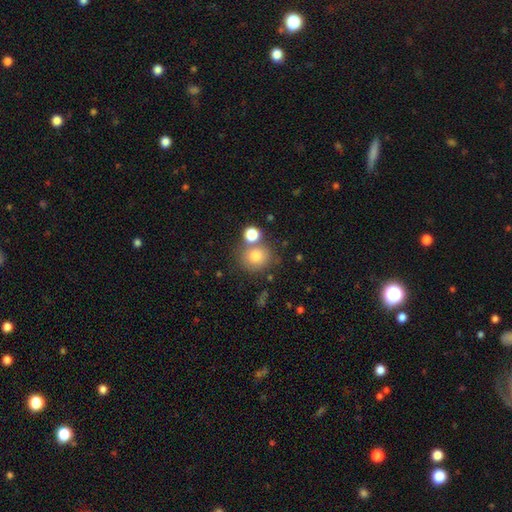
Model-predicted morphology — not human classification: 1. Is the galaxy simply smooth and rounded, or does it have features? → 78% smooth, 12% star or artifact, 10% featured or disk.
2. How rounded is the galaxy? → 85% round, 14% in between, 1% cigar-shaped.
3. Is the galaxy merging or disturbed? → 64% none, 21% merger, 11% minor disturbance, 4% major disturbance.